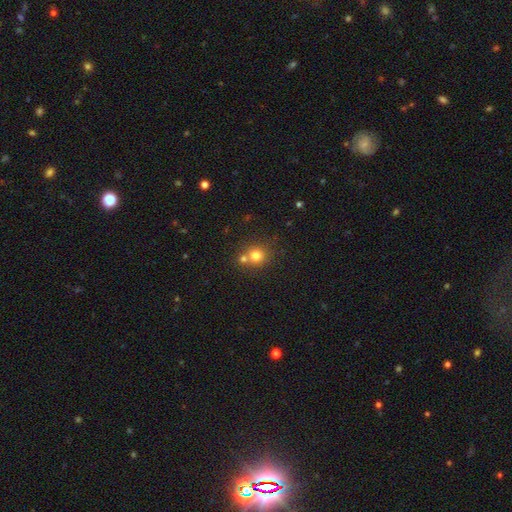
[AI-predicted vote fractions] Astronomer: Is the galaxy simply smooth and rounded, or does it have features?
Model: smooth — 77%.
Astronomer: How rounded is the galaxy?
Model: round — 88%.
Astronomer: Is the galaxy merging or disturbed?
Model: none — 59%.